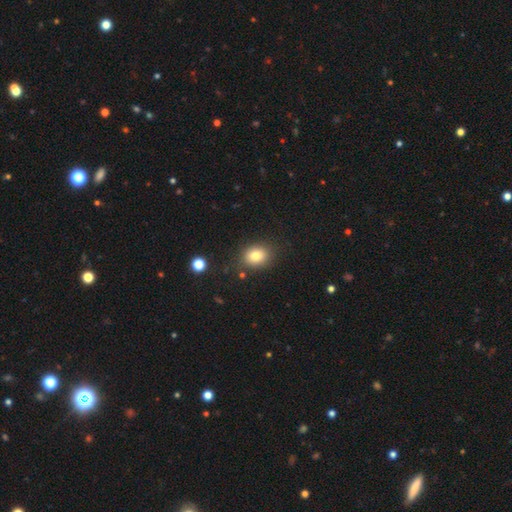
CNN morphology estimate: Smooth or featured: smooth — 81% (star or artifact — 11%)
How rounded: round — 52% (in between — 47%)
Merging: none — 83% (minor disturbance — 11%)